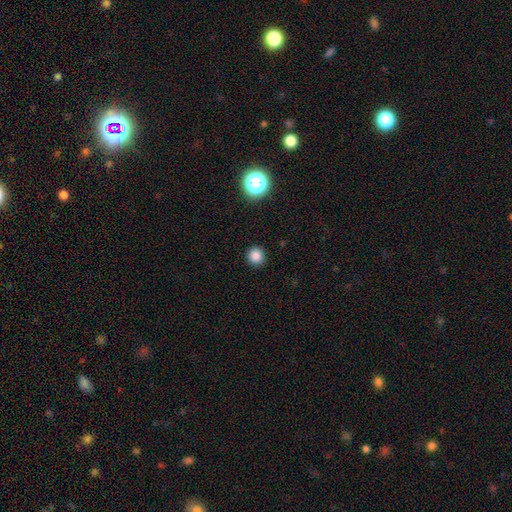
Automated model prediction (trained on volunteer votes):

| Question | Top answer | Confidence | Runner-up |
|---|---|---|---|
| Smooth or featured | smooth | 84% | star or artifact (13%) |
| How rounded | round | 93% | in between (6%) |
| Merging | none | 91% | minor disturbance (6%) |